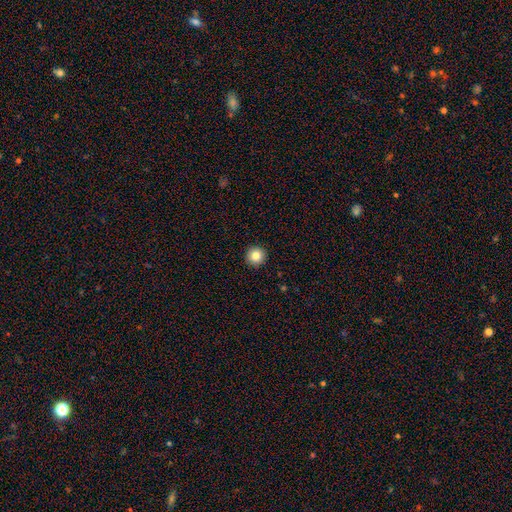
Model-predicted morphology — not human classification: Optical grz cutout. It shows a smooth galaxy with no disk features (83%) that is round (96%). Merging: none (93%).